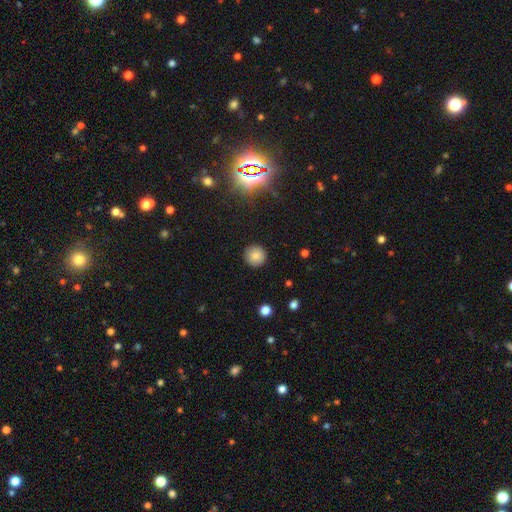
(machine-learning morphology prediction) A smooth galaxy with no disk features (80%) that is round (95%).

Vote fractions:
- Smooth or featured? smooth: 80% / star or artifact: 12% / featured or disk: 7%
- How rounded? round: 95% / in between: 4% / cigar-shaped: 1%
- Merging? none: 91% / minor disturbance: 6% / major disturbance: 2% / merger: 1%